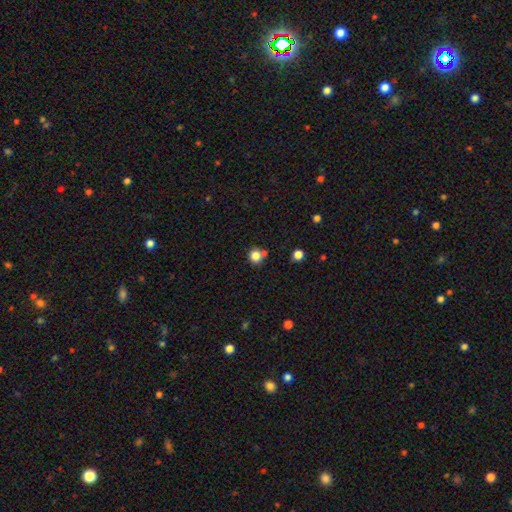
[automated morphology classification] A smooth galaxy with no disk features (82%) that is round (89%). Merging: none (67%).